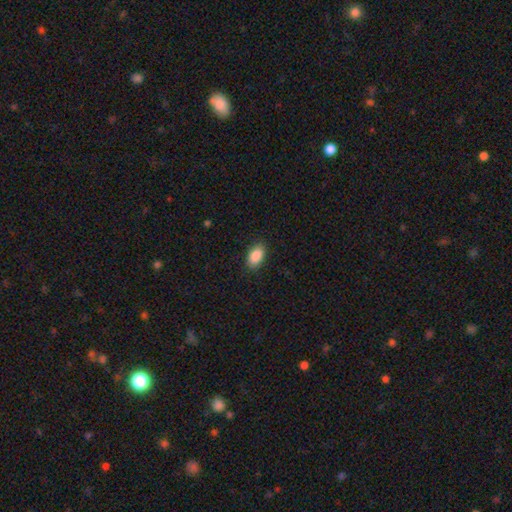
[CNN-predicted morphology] Smooth or featured? smooth (88%)
How rounded? in between (92%)
Merging? none (87%)